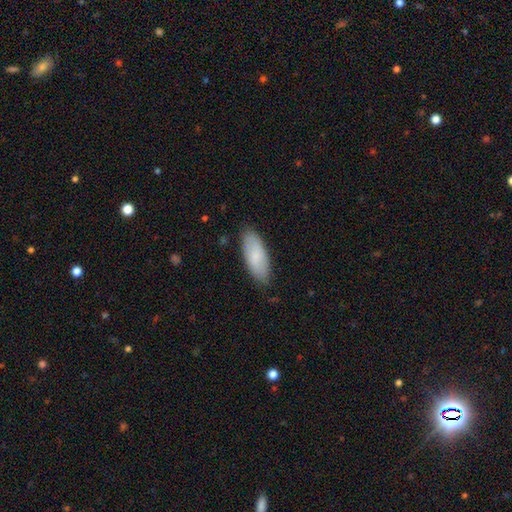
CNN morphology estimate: Q: Smooth or featured?
A: smooth (81%); runner-up: featured or disk (14%)
Q: How rounded?
A: in between (79%); runner-up: cigar-shaped (20%)
Q: Merging?
A: none (83%); runner-up: minor disturbance (13%)